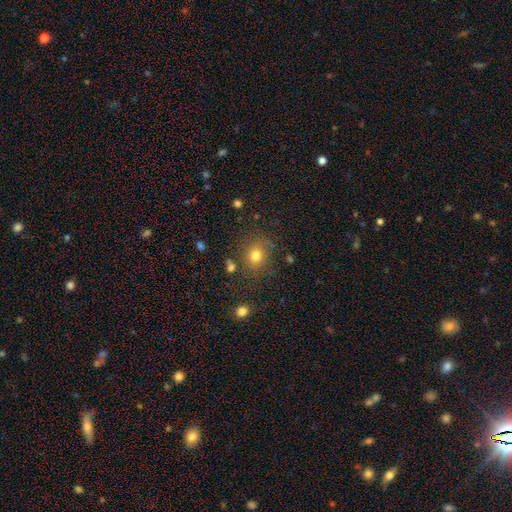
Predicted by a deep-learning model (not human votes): Smooth or featured? Predicted: smooth (p=0.76). How rounded? Predicted: round (p=0.71). Merging? Predicted: none (p=0.77).